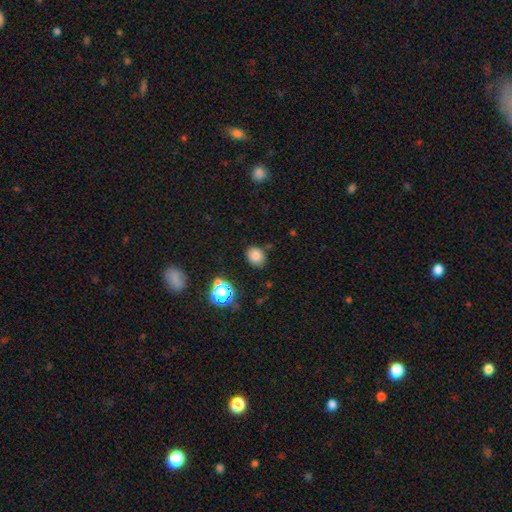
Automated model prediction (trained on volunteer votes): Smooth or featured? Predicted: smooth (p=0.78). How rounded? Predicted: round (p=0.56). Merging? Predicted: none (p=0.80).